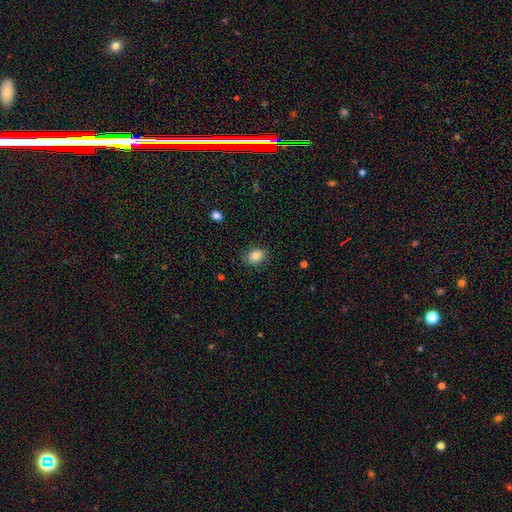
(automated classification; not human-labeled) Smooth or featured: smooth — 86% (star or artifact — 8%)
How rounded: in between — 72% (round — 27%)
Merging: none — 79% (minor disturbance — 16%)